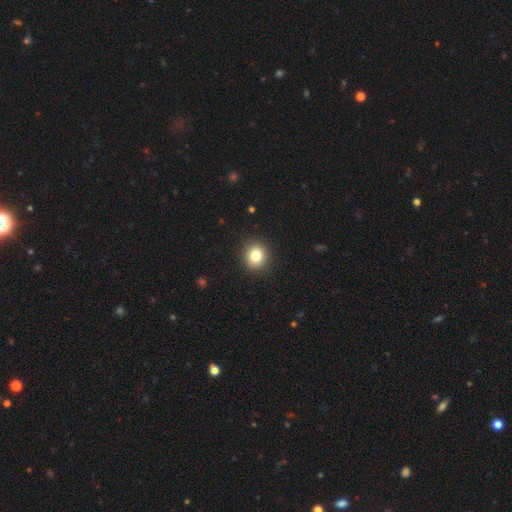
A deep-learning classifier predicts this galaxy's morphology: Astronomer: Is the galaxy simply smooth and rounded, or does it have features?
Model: smooth — 82%.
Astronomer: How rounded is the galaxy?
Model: round — 84%.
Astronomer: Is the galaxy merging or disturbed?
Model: none — 91%.